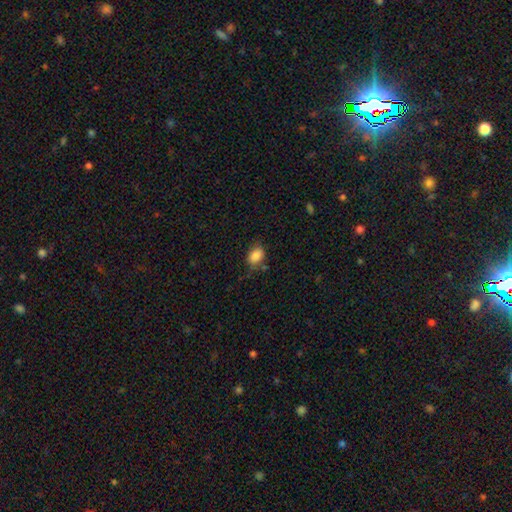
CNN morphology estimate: Overall: smooth (86%). How rounded: in between (78%). Merging: none (69%).